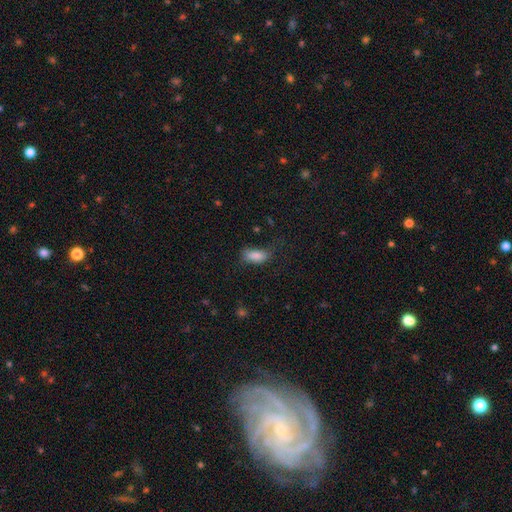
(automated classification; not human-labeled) This is clearly a smooth galaxy (85%). How rounded: clearly in between (89%). Merging: possibly none (53%).